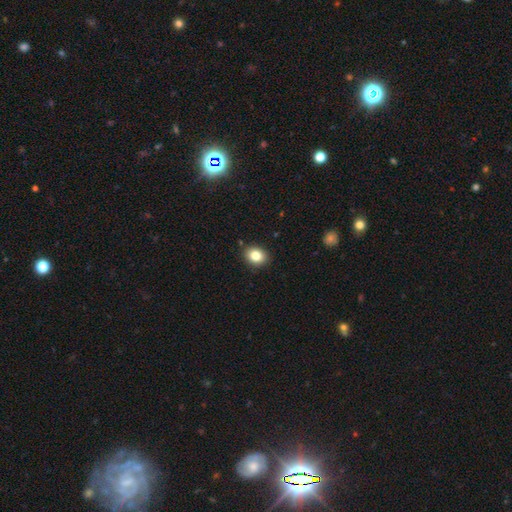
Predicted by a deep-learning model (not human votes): smooth_or_featured: smooth (p=0.82) [alt: star or artifact p=0.10]
how_rounded: in between (p=0.53) [alt: round p=0.46]
merging: none (p=0.88) [alt: minor disturbance p=0.08]